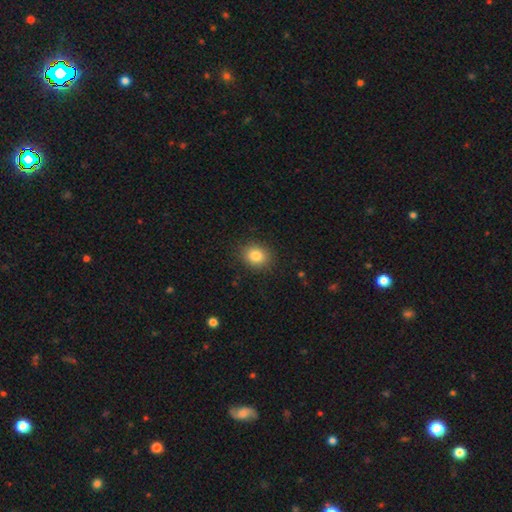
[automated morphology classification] Overall: smooth (84%). How rounded: round (62%; in between 37%). Merging: none (88%).